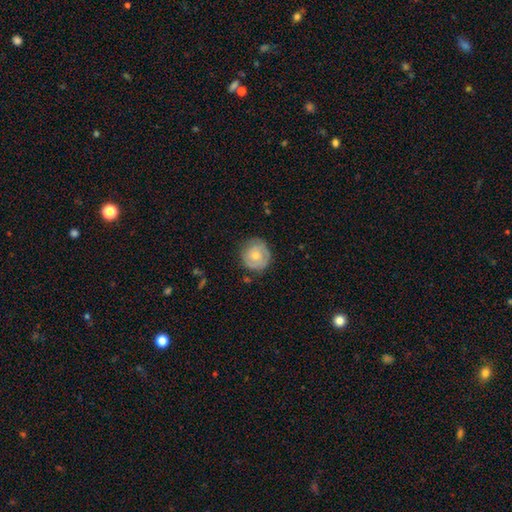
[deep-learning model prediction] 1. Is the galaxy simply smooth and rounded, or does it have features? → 51% featured or disk, 43% smooth, 6% star or artifact.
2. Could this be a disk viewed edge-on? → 97% no, 3% yes.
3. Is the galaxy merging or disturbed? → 74% none, 19% minor disturbance, 5% major disturbance, 2% merger.